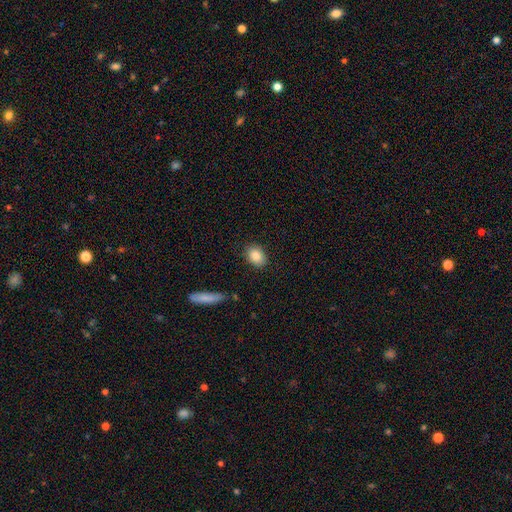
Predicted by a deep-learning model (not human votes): Smooth or featured? smooth (85%)
How rounded? in between (72%)
Merging? none (86%)